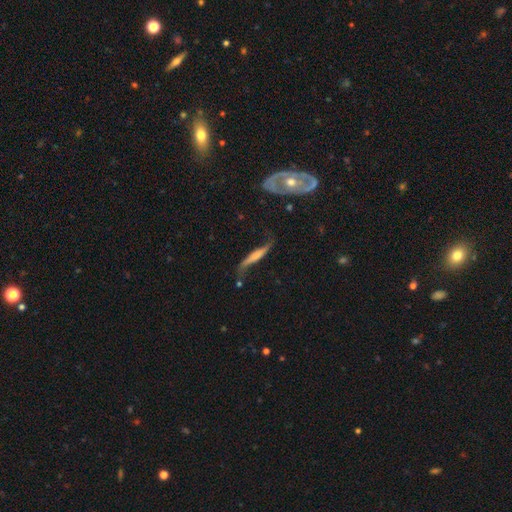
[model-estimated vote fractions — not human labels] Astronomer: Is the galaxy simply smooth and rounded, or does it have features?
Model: featured or disk — 62%.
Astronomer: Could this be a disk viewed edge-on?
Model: yes — 56% (runner-up: no, 44%).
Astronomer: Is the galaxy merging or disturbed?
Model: none — 53%.